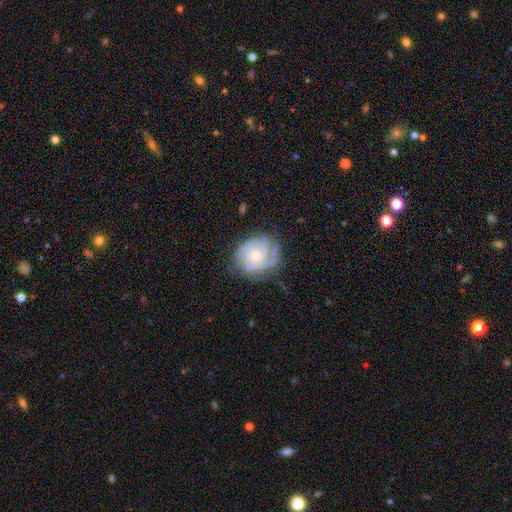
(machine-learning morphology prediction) Q: Smooth or featured?
A: featured or disk (84%); runner-up: smooth (10%)
Q: Edge-on disk?
A: no (98%); runner-up: yes (2%)
Q: Bar?
A: no (76%); runner-up: weak (20%)
Q: Spiral arms?
A: yes (95%); runner-up: no (5%)
Q: Spiral winding?
A: tight (60%); runner-up: medium (31%)
Q: Spiral arm count?
A: 3 (34%); runner-up: can't tell (24%)
Q: Bulge size?
A: small (60%); runner-up: moderate (37%)
Q: Merging?
A: none (66%); runner-up: minor disturbance (22%)